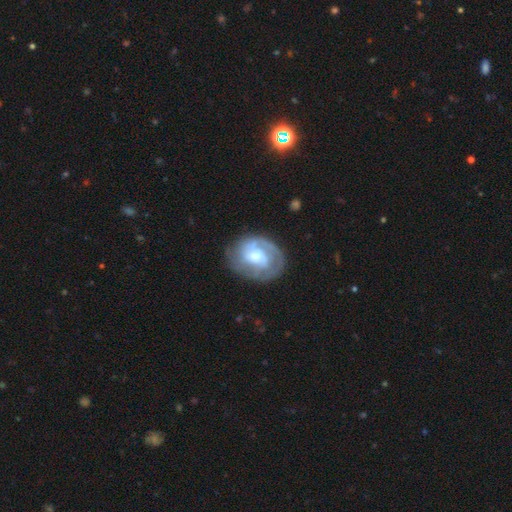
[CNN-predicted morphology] type=featured or disk (70%); edge-on=no (97%); bar=no (49%); spiral arms=yes (83%); winding=tight (48%); arm count=2 (36%); bulge=moderate (43%); merging=none (67%).